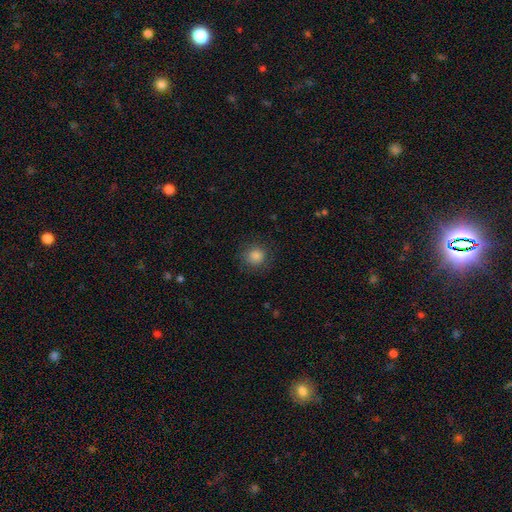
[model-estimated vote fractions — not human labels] smooth 84%, star or artifact 11%, featured or disk 5%. Down the decision tree: how rounded — round (91%); merging — none (85%).